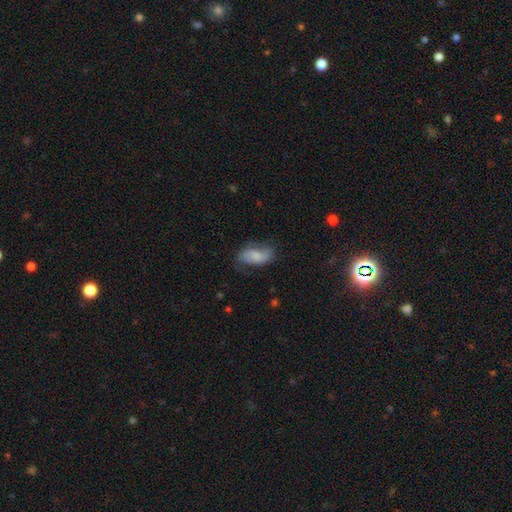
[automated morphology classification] Smooth or featured?
  - smooth: 53% *
  - featured or disk: 39%
  - star or artifact: 8%
How rounded?
  - in between: 91% *
  - round: 6%
  - cigar-shaped: 3%
Merging?
  - none: 59% *
  - minor disturbance: 27%
  - major disturbance: 12%
  - merger: 2%